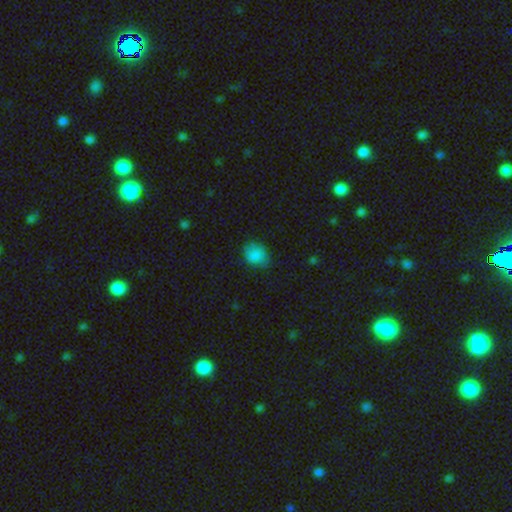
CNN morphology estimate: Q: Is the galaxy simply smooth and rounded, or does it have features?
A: smooth — 85%.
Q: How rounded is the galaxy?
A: round — 58%.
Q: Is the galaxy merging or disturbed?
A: none — 71%.